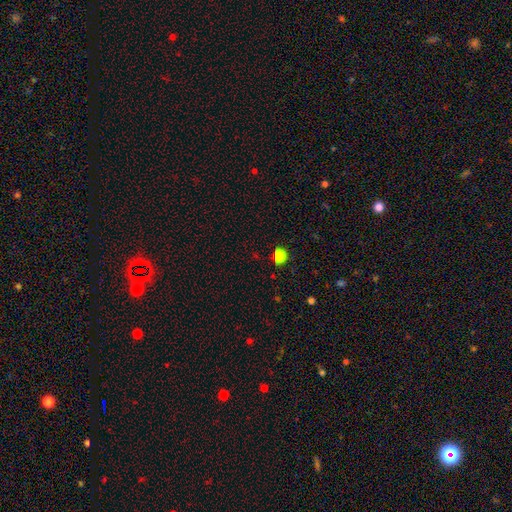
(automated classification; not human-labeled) smooth 59%, star or artifact 36%, featured or disk 5%. Down the decision tree: how rounded — round (72%); merging — none (84%).